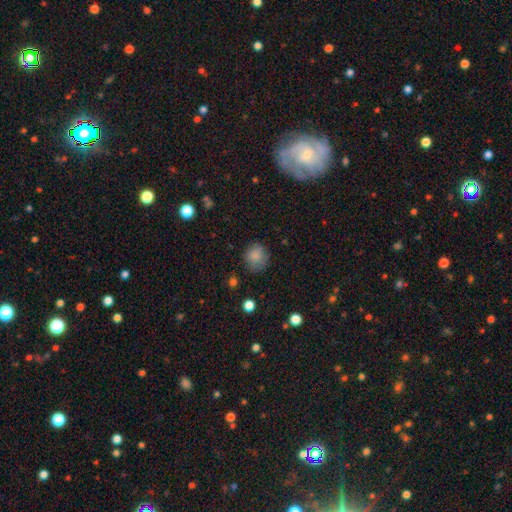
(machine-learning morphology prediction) Q: Smooth or featured?
A: smooth (83%); runner-up: star or artifact (10%)
Q: How rounded?
A: round (83%); runner-up: in between (16%)
Q: Merging?
A: none (77%); runner-up: minor disturbance (16%)